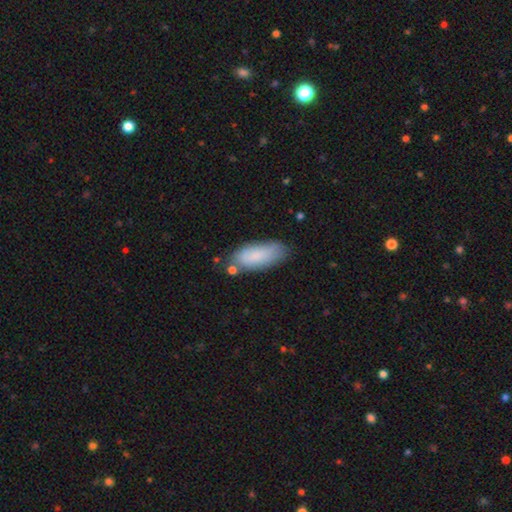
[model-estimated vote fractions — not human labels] smooth 82%, featured or disk 11%, star or artifact 6%. Down the decision tree: how rounded — in between (81%); merging — none (68%).